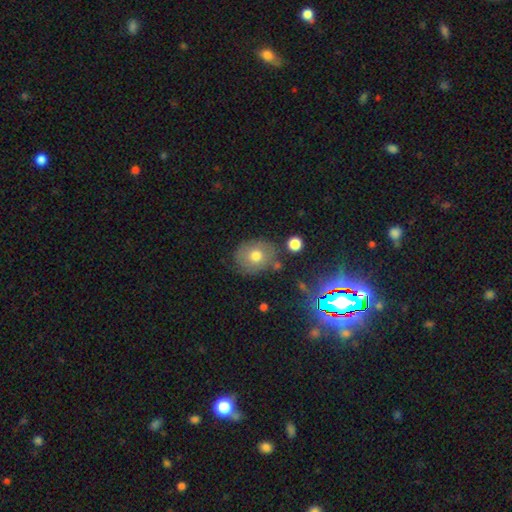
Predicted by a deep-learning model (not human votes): This appears to be a smooth galaxy with no disk features (68%) that is round (66%). Merging: none (72%).